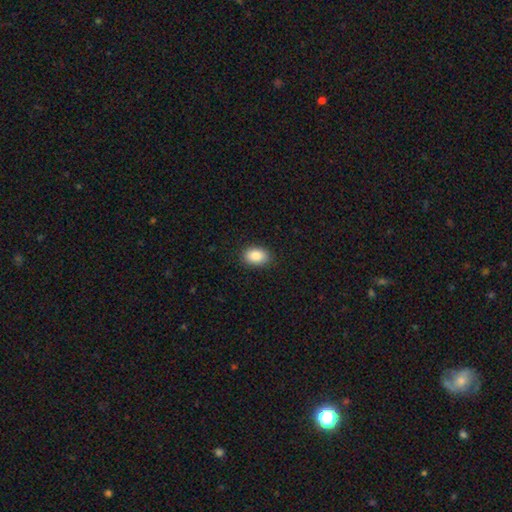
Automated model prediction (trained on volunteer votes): This appears to be a smooth galaxy with no disk features (86%) that is in between round and cigar-shaped (85%). Merging: none (88%).